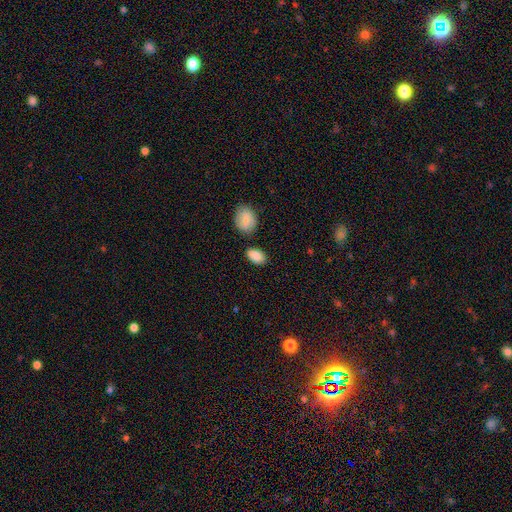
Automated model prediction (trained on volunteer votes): Smooth or featured?
  - smooth: 85% *
  - star or artifact: 8%
  - featured or disk: 7%
How rounded?
  - in between: 88% *
  - round: 10%
  - cigar-shaped: 2%
Merging?
  - none: 73% *
  - minor disturbance: 14%
  - merger: 10%
  - major disturbance: 3%